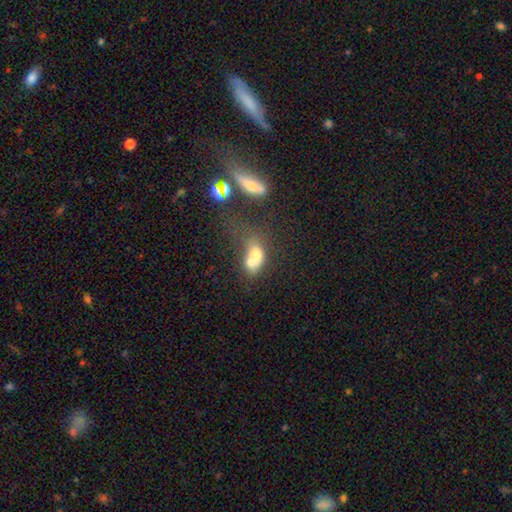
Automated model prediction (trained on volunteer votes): smooth 63%, featured or disk 25%, star or artifact 13%. Down the decision tree: how rounded — in between (73%); merging — merger (59%).